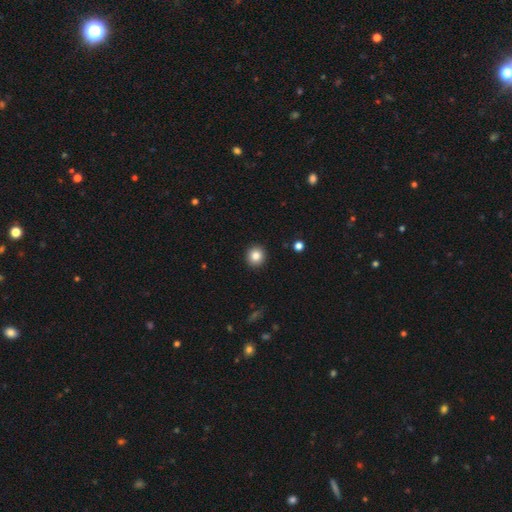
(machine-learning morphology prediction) A smooth galaxy with no disk features (84%) that is round (92%). Merging: none (93%).